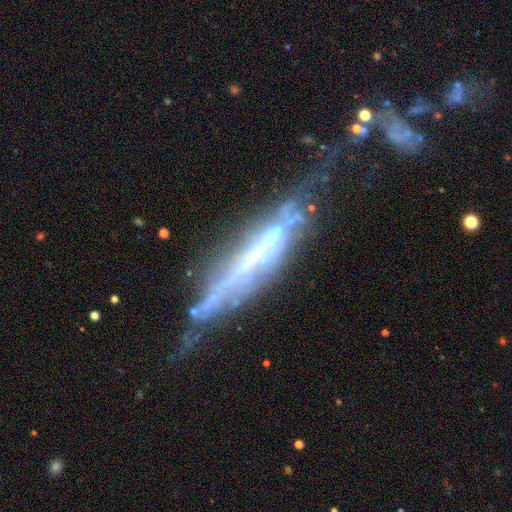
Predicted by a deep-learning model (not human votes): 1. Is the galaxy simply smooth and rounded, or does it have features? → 74% featured or disk, 15% smooth, 11% star or artifact.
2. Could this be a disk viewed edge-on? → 72% yes, 28% no.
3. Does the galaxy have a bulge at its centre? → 57% none, 24% rounded, 19% boxy.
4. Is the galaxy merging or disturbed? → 45% none, 25% minor disturbance, 23% major disturbance, 6% merger.